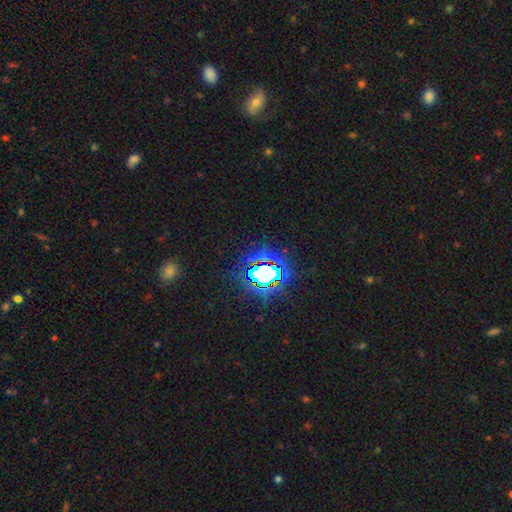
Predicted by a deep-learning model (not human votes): star or artifact 80%, smooth 13%, featured or disk 7%.